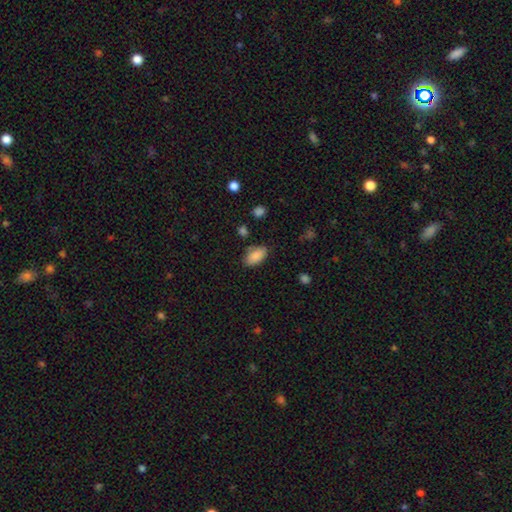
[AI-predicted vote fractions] Overall: smooth (86%). How rounded: in between (92%). Merging: none (75%).